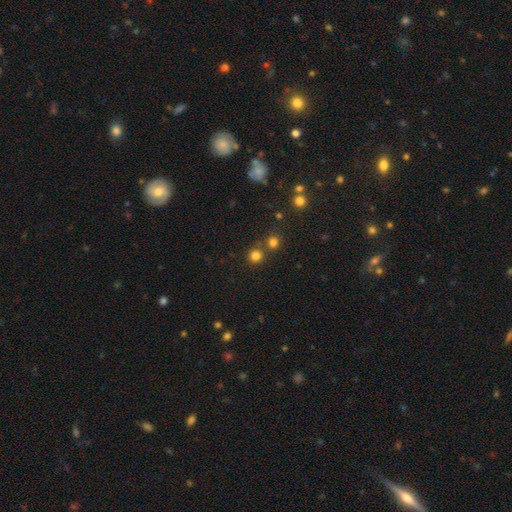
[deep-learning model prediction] Smooth or featured? Predicted: smooth (p=0.77). How rounded? Predicted: round (p=0.91). Merging? Predicted: none (p=0.71).